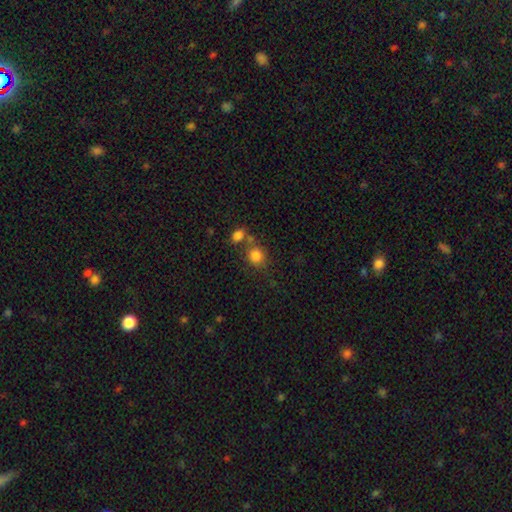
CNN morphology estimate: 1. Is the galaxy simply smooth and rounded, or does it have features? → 83% smooth, 11% star or artifact, 6% featured or disk.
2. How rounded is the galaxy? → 76% round, 22% in between, 1% cigar-shaped.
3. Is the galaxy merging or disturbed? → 59% none, 24% merger, 12% minor disturbance, 5% major disturbance.